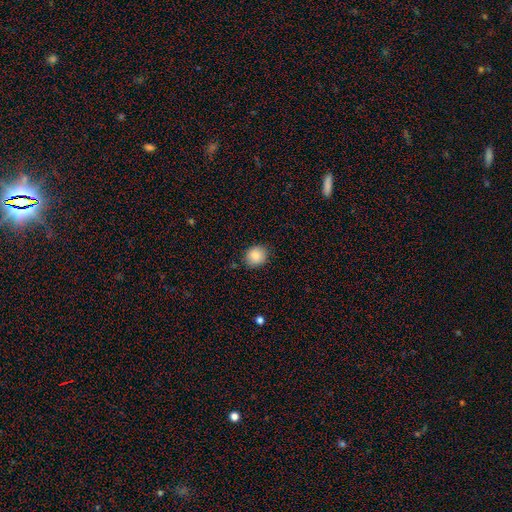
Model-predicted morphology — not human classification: Smooth or featured? smooth (86%)
How rounded? round (74%)
Merging? none (86%)